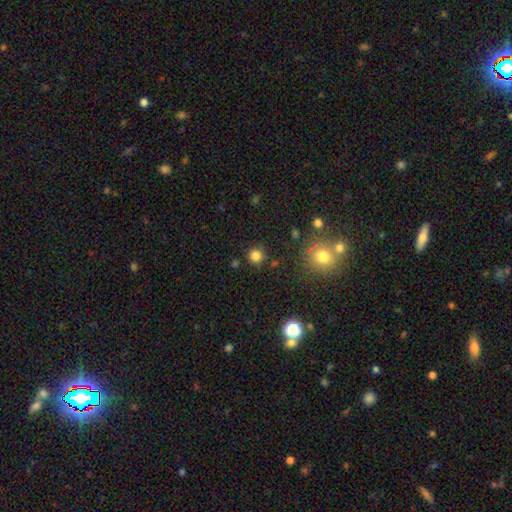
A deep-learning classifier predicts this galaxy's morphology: smooth_or_featured: smooth (p=0.81) [alt: star or artifact p=0.15]
how_rounded: round (p=0.93) [alt: in between p=0.06]
merging: none (p=0.86) [alt: minor disturbance p=0.08]